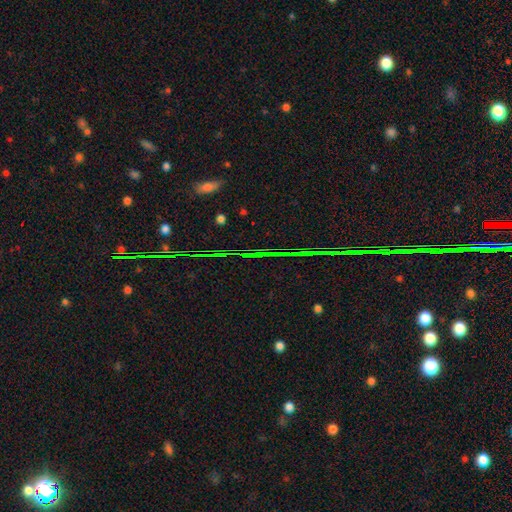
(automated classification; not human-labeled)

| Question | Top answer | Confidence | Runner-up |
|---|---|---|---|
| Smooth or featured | star or artifact | 80% | smooth (10%) |